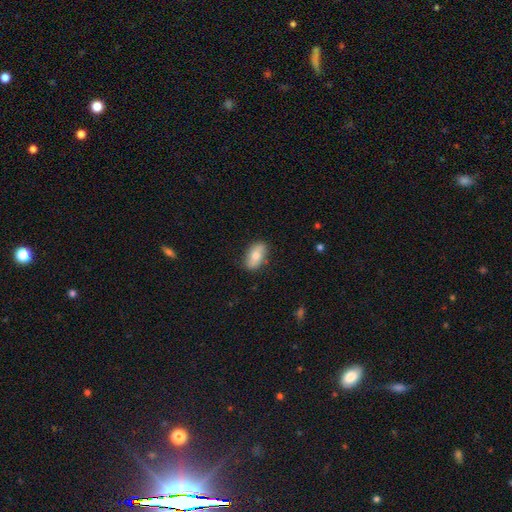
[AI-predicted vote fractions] Smooth or featured?
  - smooth: 66% *
  - featured or disk: 27%
  - star or artifact: 6%
How rounded?
  - in between: 90% *
  - round: 5%
  - cigar-shaped: 5%
Merging?
  - none: 82% *
  - minor disturbance: 14%
  - major disturbance: 3%
  - merger: 1%